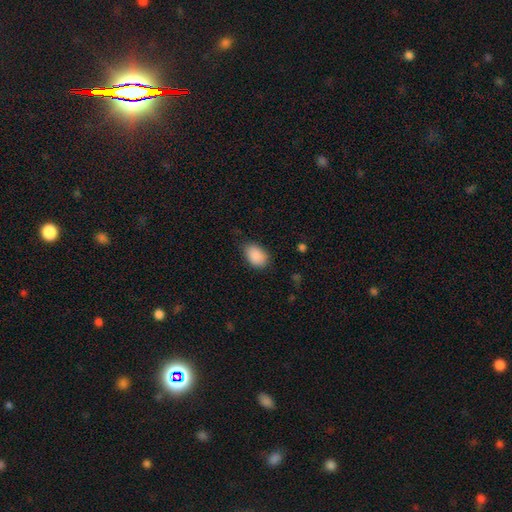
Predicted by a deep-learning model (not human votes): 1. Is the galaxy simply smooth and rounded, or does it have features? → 90% smooth, 7% star or artifact, 3% featured or disk.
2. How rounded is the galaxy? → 85% in between, 14% round, 1% cigar-shaped.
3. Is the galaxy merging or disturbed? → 78% none, 18% minor disturbance, 4% major disturbance, 1% merger.